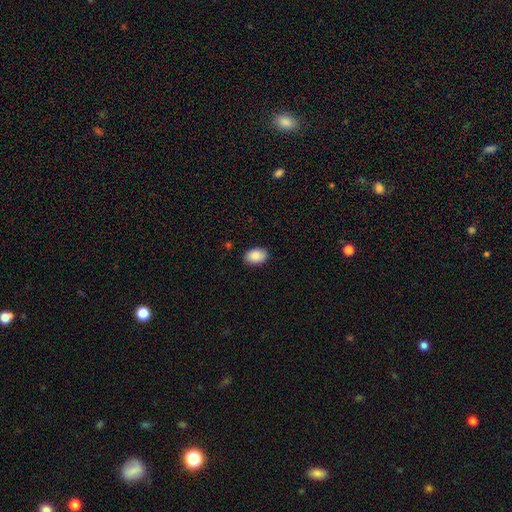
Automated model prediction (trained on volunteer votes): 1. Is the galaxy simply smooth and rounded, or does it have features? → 89% smooth, 7% star or artifact, 4% featured or disk.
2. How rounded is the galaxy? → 86% in between, 13% round, 1% cigar-shaped.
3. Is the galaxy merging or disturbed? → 89% none, 9% minor disturbance, 2% major disturbance, 1% merger.